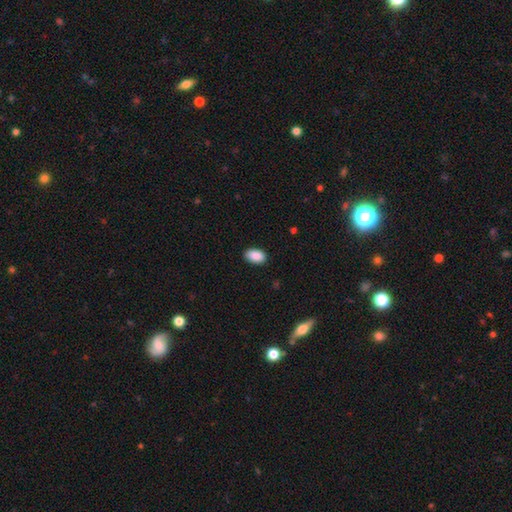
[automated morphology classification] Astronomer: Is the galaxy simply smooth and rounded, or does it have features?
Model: smooth — 90%.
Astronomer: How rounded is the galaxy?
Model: in between — 93%.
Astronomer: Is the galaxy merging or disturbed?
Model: none — 87%.